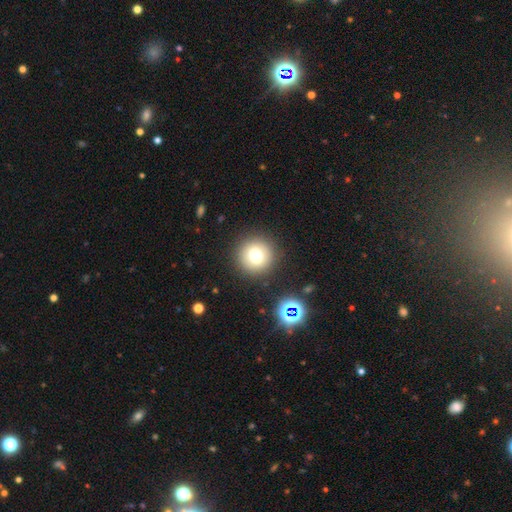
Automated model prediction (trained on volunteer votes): Smooth or featured: smooth — 72% (featured or disk — 14%)
How rounded: round — 93% (in between — 6%)
Merging: none — 89% (minor disturbance — 7%)